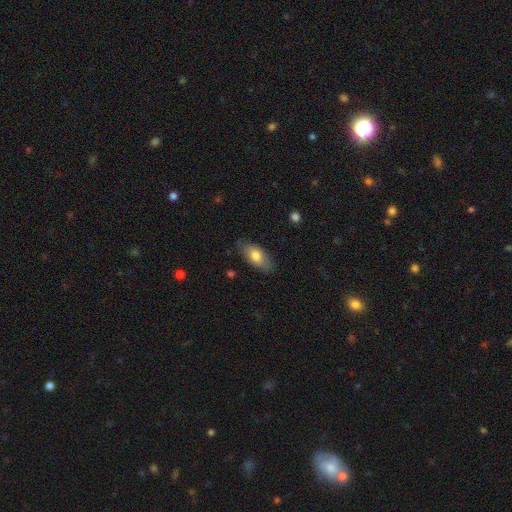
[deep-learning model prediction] smooth 74%, featured or disk 19%, star or artifact 6%. Down the decision tree: how rounded — in between (88%); merging — none (81%).